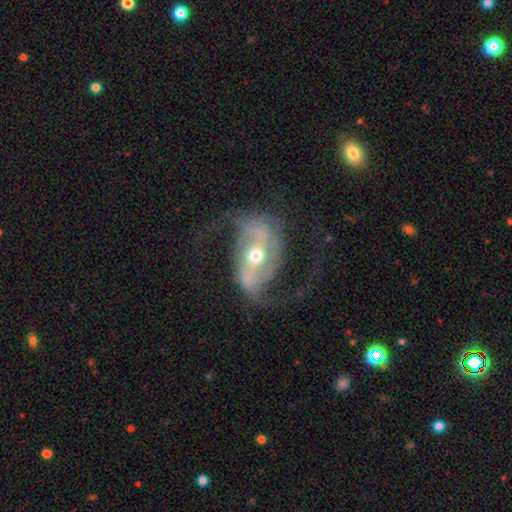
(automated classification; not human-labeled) Smooth or featured?
  - featured or disk: 87% *
  - smooth: 8%
  - star or artifact: 6%
Edge-on disk?
  - no: 96% *
  - yes: 4%
Bar?
  - strong: 38% *
  - weak: 34%
  - no: 28%
Spiral arms?
  - yes: 92% *
  - no: 8%
Spiral winding?
  - loose: 47% *
  - medium: 40%
  - tight: 13%
Spiral arm count?
  - 2: 86% *
  - can't tell: 5%
  - 3: 3%
  - 1: 3%
  - 4: 1%
  - more than 4: 1%
Bulge size?
  - moderate: 70% *
  - small: 23%
  - large: 5%
  - dominant: 1%
  - none: 1%
Merging?
  - none: 58% *
  - major disturbance: 21%
  - minor disturbance: 18%
  - merger: 2%